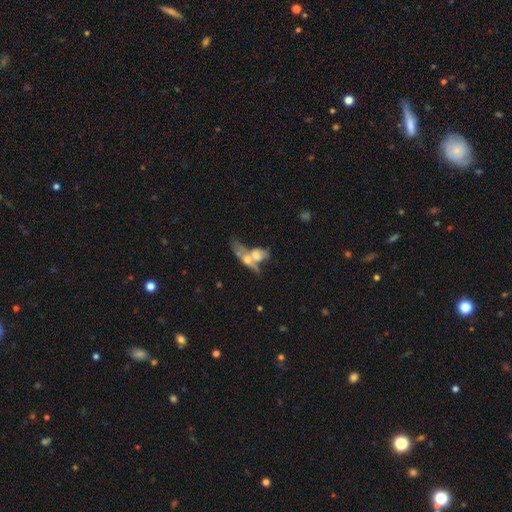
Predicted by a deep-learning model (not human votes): smooth-or-featured: featured or disk: 45% (tied) | smooth: 45% (tied) | star or artifact: 9%
  merging: merger: 67% | none: 15% | major disturbance: 11% | minor disturbance: 8%